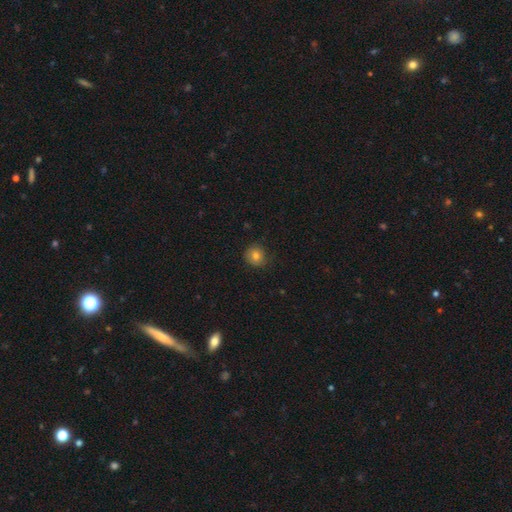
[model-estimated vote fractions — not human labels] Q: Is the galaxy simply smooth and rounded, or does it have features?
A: smooth — 79%.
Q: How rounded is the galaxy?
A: round — 90%.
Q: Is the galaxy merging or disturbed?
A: none — 80%.